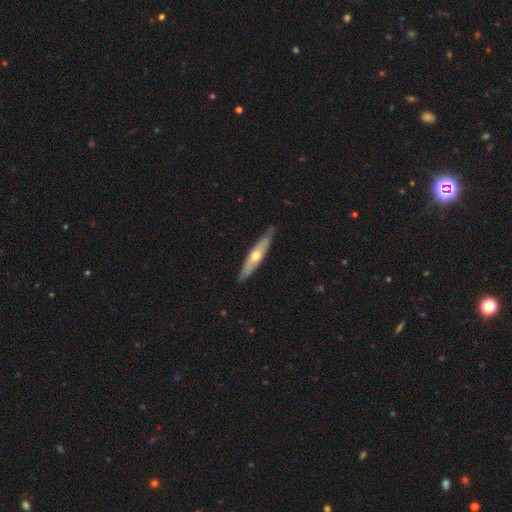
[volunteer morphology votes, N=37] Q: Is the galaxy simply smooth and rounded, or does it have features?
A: featured or disk — 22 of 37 (59%).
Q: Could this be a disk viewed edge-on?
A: yes — 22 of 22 (100%).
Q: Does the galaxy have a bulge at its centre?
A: rounded — 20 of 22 (91%).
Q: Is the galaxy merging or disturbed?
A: none — 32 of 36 (89%).